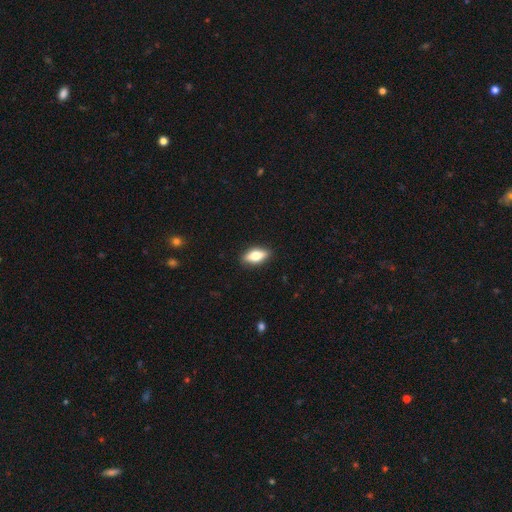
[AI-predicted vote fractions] Smooth or featured: smooth — 68% (featured or disk — 25%)
How rounded: in between — 82% (cigar-shaped — 14%)
Merging: none — 88% (minor disturbance — 9%)